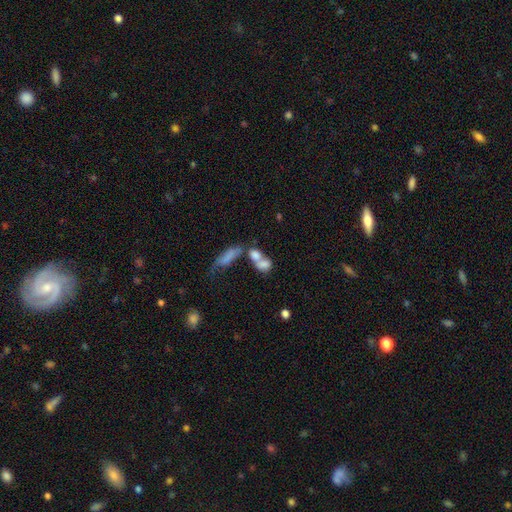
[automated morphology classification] This is likely a smooth galaxy (70%). How rounded: likely in between (71%). Merging: likely merger (66%).